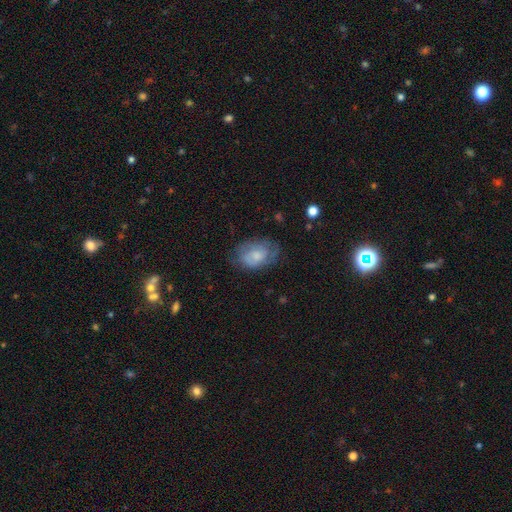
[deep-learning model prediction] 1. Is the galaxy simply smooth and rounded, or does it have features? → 49% smooth, 43% featured or disk, 8% star or artifact.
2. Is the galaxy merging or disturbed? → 60% none, 26% minor disturbance, 13% major disturbance, 2% merger.